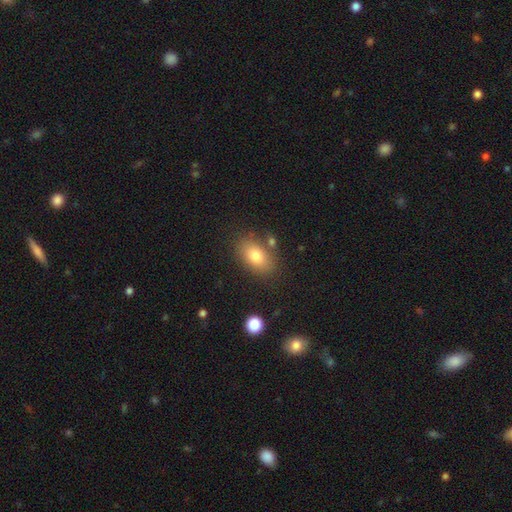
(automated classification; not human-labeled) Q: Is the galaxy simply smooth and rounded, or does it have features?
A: smooth — 78%.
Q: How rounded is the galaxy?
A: in between — 86%.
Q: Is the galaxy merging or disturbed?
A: none — 77%.